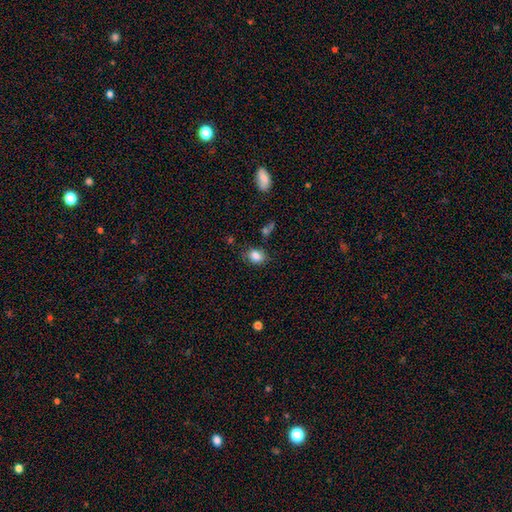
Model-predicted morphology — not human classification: Smooth or featured?
  - smooth: 84% *
  - star or artifact: 10%
  - featured or disk: 6%
How rounded?
  - in between: 58% *
  - round: 41%
  - cigar-shaped: 1%
Merging?
  - none: 75% *
  - minor disturbance: 17%
  - major disturbance: 5%
  - merger: 4%